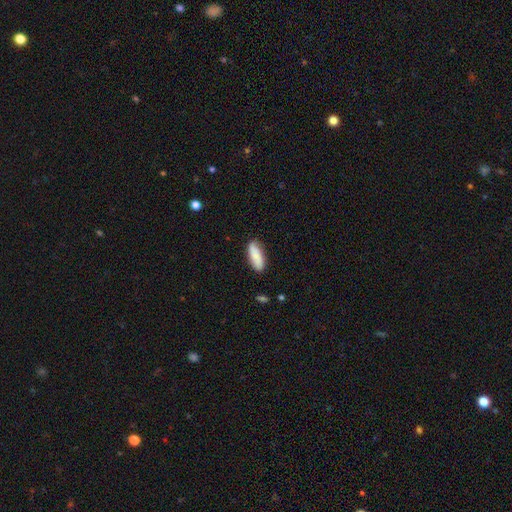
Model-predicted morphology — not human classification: A smooth galaxy with no disk features (80%) that is in between round and cigar-shaped (72%).

Vote fractions:
- Smooth or featured? smooth: 80% / featured or disk: 13% / star or artifact: 6%
- How rounded? in between: 72% / cigar-shaped: 26% / round: 2%
- Merging? none: 84% / minor disturbance: 13% / major disturbance: 2% / merger: 2%